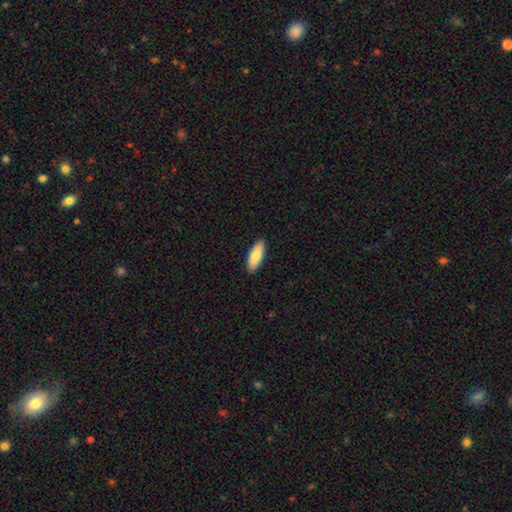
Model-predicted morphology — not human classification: This is clearly a smooth galaxy (84%). How rounded: likely in between (67%). Merging: clearly none (90%).